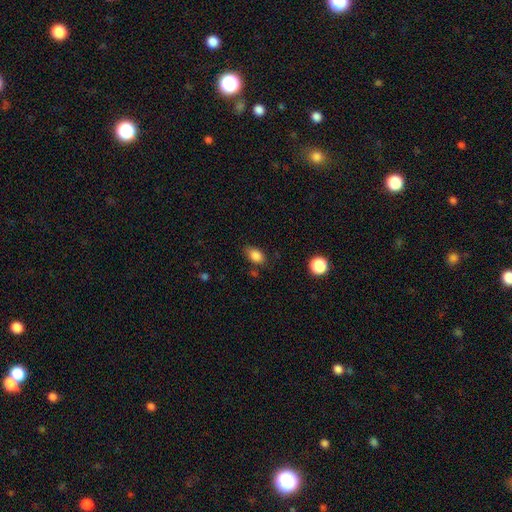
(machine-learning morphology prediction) Q: Smooth or featured?
A: smooth (85%); runner-up: star or artifact (10%)
Q: How rounded?
A: in between (83%); runner-up: round (15%)
Q: Merging?
A: none (74%); runner-up: minor disturbance (20%)